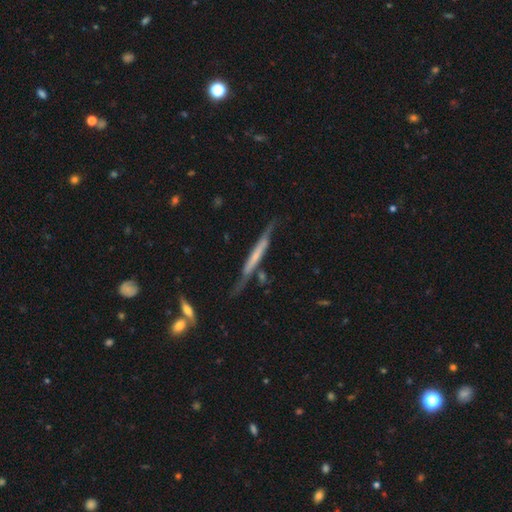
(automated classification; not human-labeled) featured or disk 62%, smooth 32%, star or artifact 6%. Down the decision tree: edge-on disk — yes (88%); edge-on bulge — none (67%); merging — none (63%).